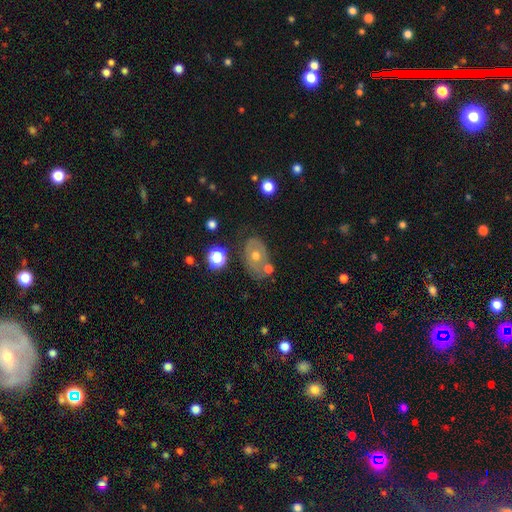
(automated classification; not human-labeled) Q: Smooth or featured?
A: featured or disk (53%); runner-up: smooth (36%)
Q: Edge-on disk?
A: no (92%); runner-up: yes (8%)
Q: Merging?
A: none (63%); runner-up: minor disturbance (20%)